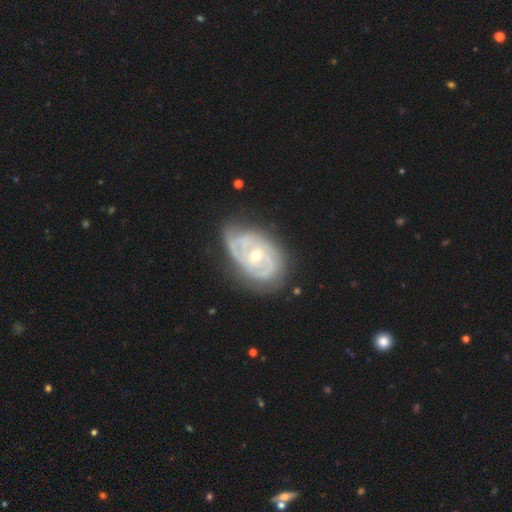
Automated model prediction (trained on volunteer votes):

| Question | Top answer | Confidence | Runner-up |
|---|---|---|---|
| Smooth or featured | featured or disk | 85% | smooth (10%) |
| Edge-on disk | no | 96% | yes (4%) |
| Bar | no | 67% | weak (27%) |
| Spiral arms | yes | 92% | no (8%) |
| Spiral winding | tight | 63% | medium (30%) |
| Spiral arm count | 2 | 38% | can't tell (27%) |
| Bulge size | moderate | 51% | small (46%) |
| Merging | none | 62% | minor disturbance (26%) |